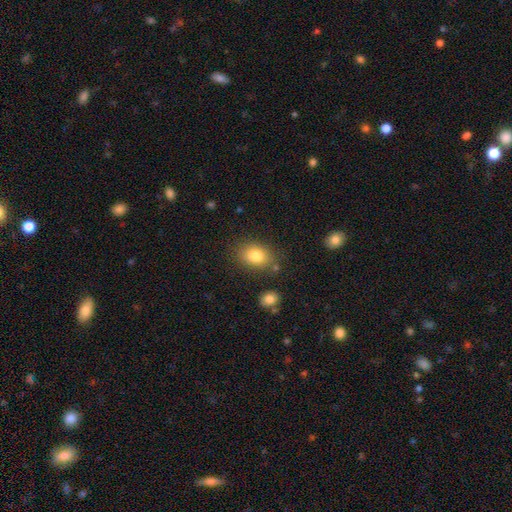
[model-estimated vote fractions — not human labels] A smooth galaxy with no disk features (81%) that is in between round and cigar-shaped (73%). Merging: none (78%).